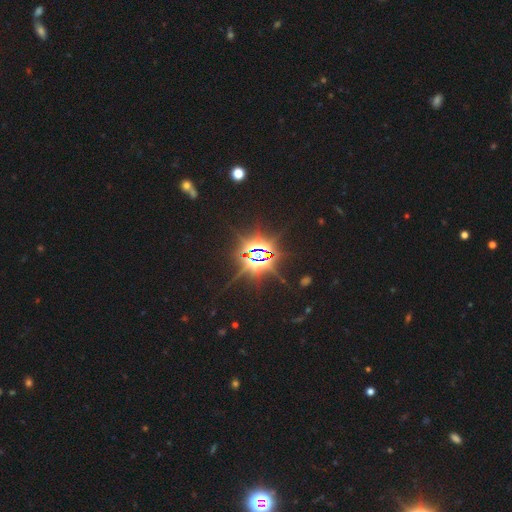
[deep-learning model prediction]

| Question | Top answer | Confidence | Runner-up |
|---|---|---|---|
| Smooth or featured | star or artifact | 86% | featured or disk (9%) |